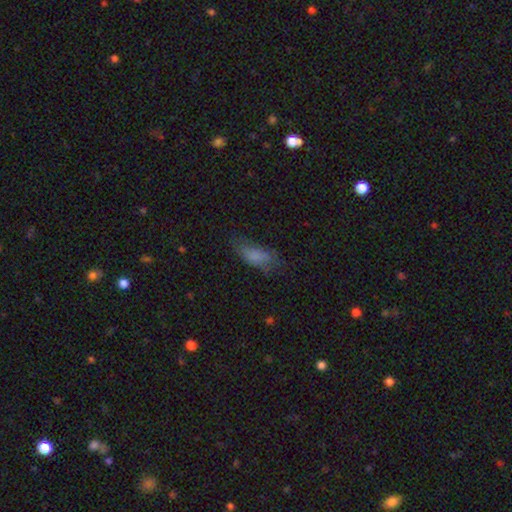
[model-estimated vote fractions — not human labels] smooth_or_featured: smooth (p=0.74) [alt: featured or disk p=0.16]
how_rounded: in between (p=0.77) [alt: cigar-shaped p=0.20]
merging: none (p=0.53) [alt: minor disturbance p=0.29]